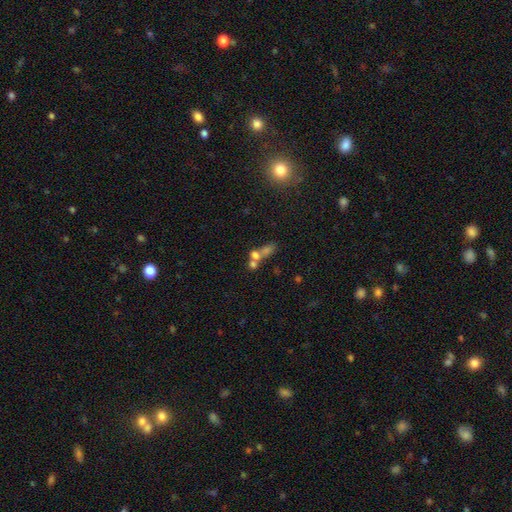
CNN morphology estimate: This is possibly a smooth galaxy (54%). How rounded: possibly round (52%). Merging: possibly merger (56%).